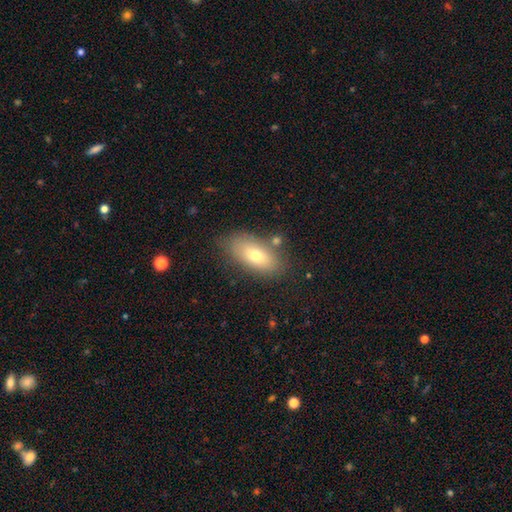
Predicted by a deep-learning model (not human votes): Smooth or featured: smooth — 71% (featured or disk — 20%)
How rounded: in between — 88% (cigar-shaped — 7%)
Merging: none — 76% (minor disturbance — 14%)